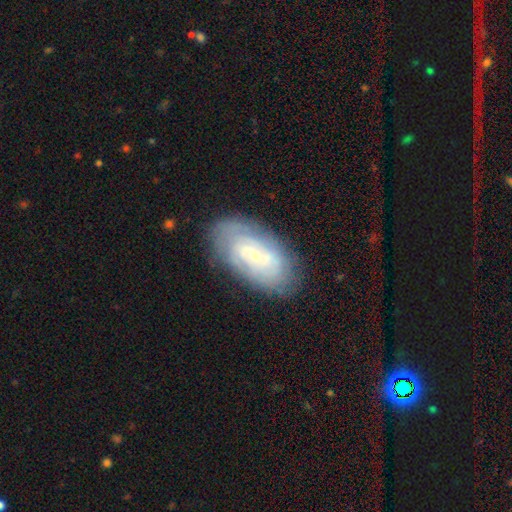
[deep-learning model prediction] Overall: featured or disk (66%; smooth 27%). Edge-on disk: no (94%). Bar: no (68%). Spiral arms: yes (73%). Bulge size: small (78%). Merging: none (75%).